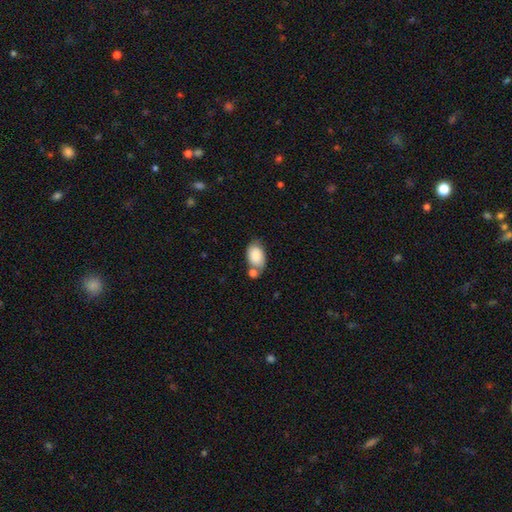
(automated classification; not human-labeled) smooth_or_featured: smooth (p=0.85) [alt: featured or disk p=0.09]
how_rounded: in between (p=0.90) [alt: round p=0.09]
merging: none (p=0.51) [alt: merger p=0.22]